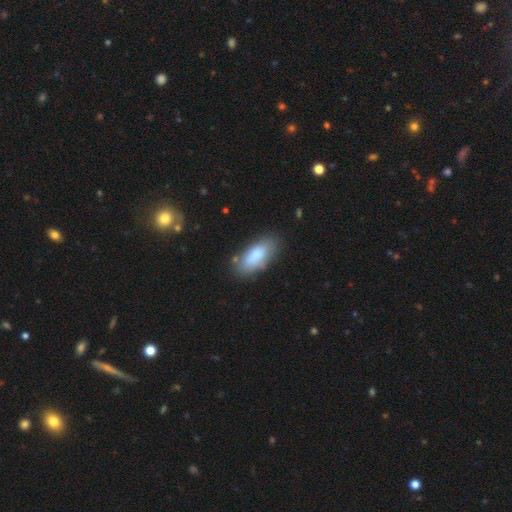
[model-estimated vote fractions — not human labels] Morphology: type=smooth (83%); roundness=in between (84%); merging=none (75%).